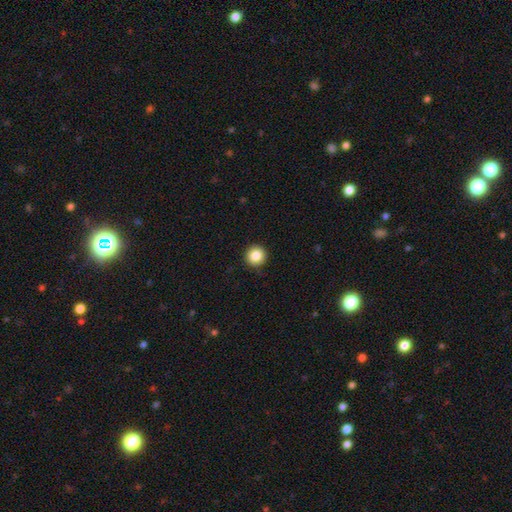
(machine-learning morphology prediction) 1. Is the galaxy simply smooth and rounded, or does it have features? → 85% smooth, 10% star or artifact, 5% featured or disk.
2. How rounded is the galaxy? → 95% round, 4% in between, 1% cigar-shaped.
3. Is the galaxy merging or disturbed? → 91% none, 6% minor disturbance, 2% major disturbance, 1% merger.